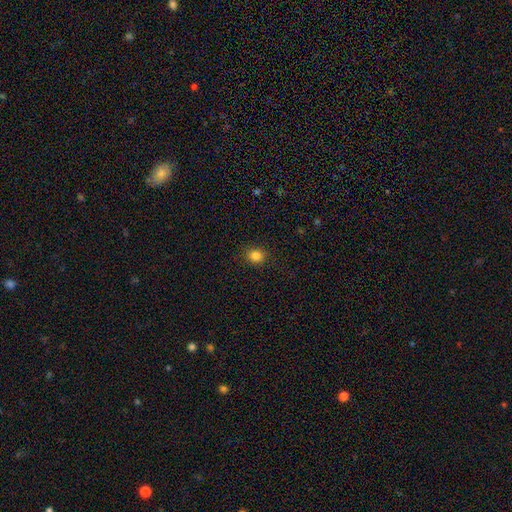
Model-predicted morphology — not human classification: Smooth or featured?
  - smooth: 83% *
  - star or artifact: 12%
  - featured or disk: 5%
How rounded?
  - round: 74% *
  - in between: 25%
  - cigar-shaped: 1%
Merging?
  - none: 89% *
  - minor disturbance: 7%
  - major disturbance: 2%
  - merger: 1%